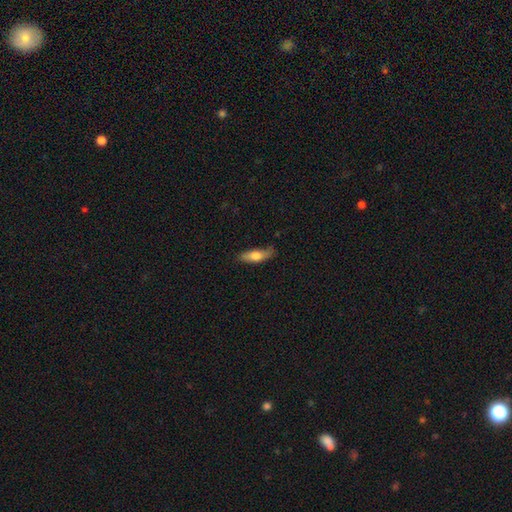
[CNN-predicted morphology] Smooth or featured? smooth (68%)
How rounded? in between (50%)
Merging? none (75%)